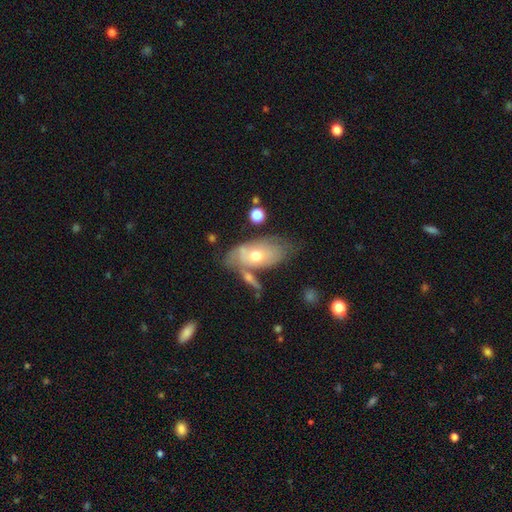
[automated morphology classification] Smooth or featured?
  - featured or disk: 49% *
  - smooth: 44%
  - star or artifact: 7%
Merging?
  - none: 44% *
  - minor disturbance: 24%
  - merger: 20%
  - major disturbance: 12%